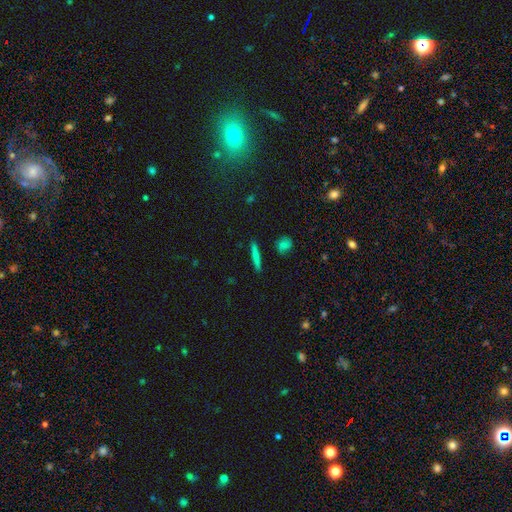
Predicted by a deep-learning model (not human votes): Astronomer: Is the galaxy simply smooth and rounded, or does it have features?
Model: smooth — 70%.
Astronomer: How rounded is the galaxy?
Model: cigar-shaped — 93%.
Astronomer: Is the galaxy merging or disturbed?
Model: none — 89%.